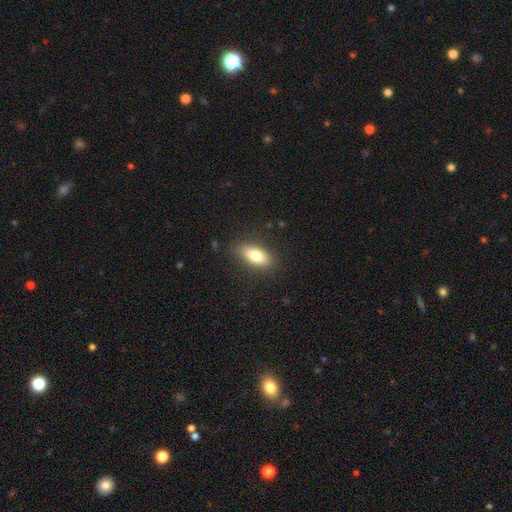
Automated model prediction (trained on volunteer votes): Overall: smooth (79%). How rounded: in between (80%). Merging: none (85%).